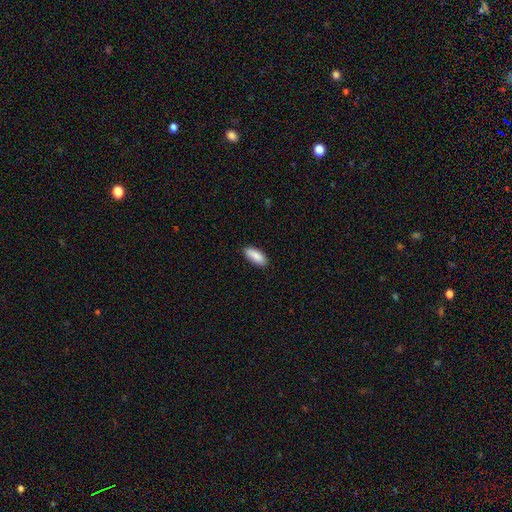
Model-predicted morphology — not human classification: Overall: smooth (89%). How rounded: in between (80%). Merging: none (85%).